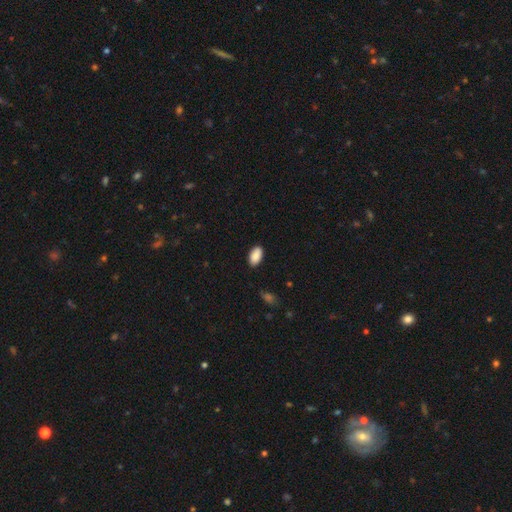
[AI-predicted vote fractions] A smooth galaxy with no disk features (89%) that is in between round and cigar-shaped (95%). Merging: none (86%).